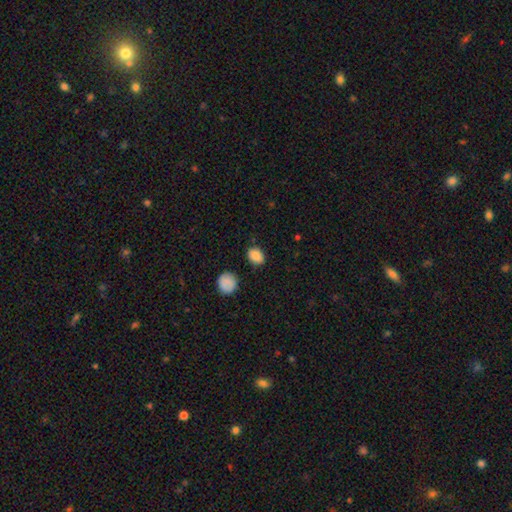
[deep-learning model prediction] A smooth galaxy with no disk features (86%) that is in between round and cigar-shaped (64%). Merging: none (82%).